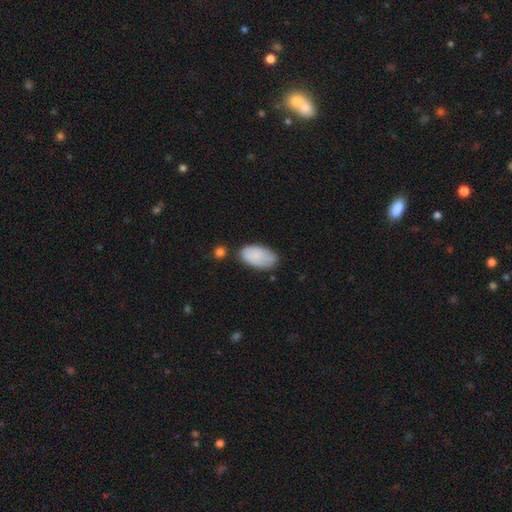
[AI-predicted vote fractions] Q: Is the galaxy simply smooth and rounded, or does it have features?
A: smooth — 84%.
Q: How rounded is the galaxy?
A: in between — 95%.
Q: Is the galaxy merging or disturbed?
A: none — 63%.